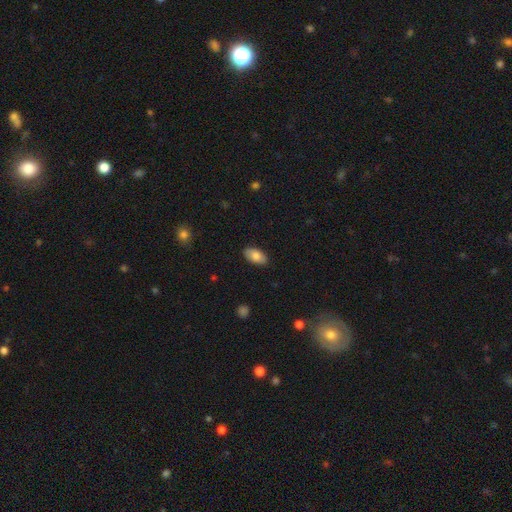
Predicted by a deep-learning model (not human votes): Smooth or featured? smooth (83%)
How rounded? in between (94%)
Merging? none (88%)